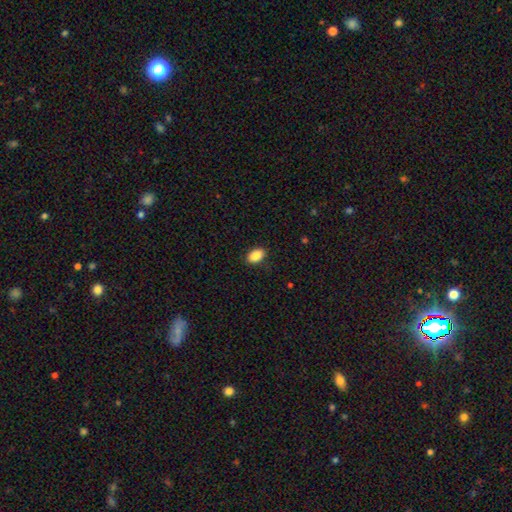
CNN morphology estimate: Overall: smooth (87%). How rounded: in between (89%). Merging: none (88%).